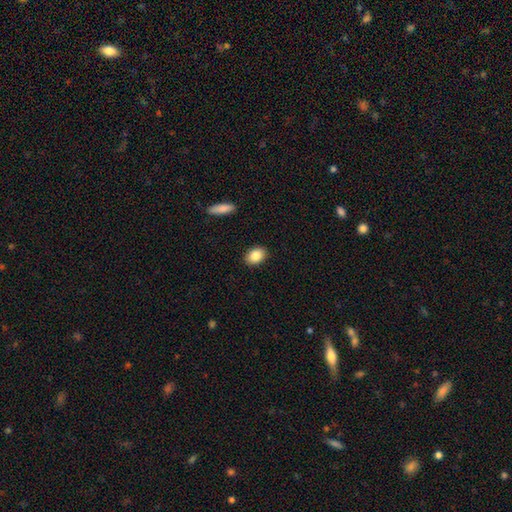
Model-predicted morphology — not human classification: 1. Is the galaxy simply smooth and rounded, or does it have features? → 85% smooth, 8% star or artifact, 7% featured or disk.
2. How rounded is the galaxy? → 77% in between, 21% round, 1% cigar-shaped.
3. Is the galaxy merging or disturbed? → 90% none, 7% minor disturbance, 2% major disturbance, 1% merger.